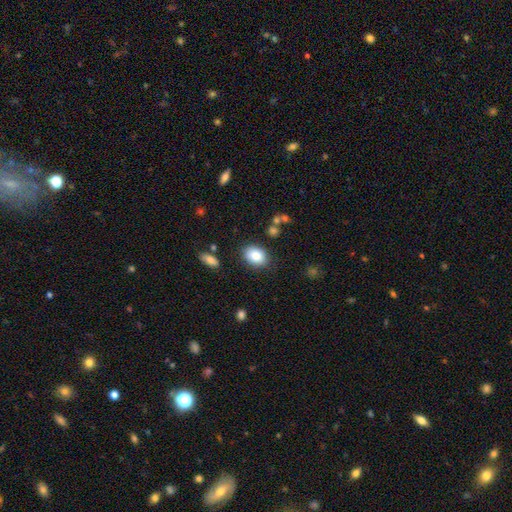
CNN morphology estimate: A smooth galaxy with no disk features (85%) that is in between round and cigar-shaped (71%). Merging: none (81%).